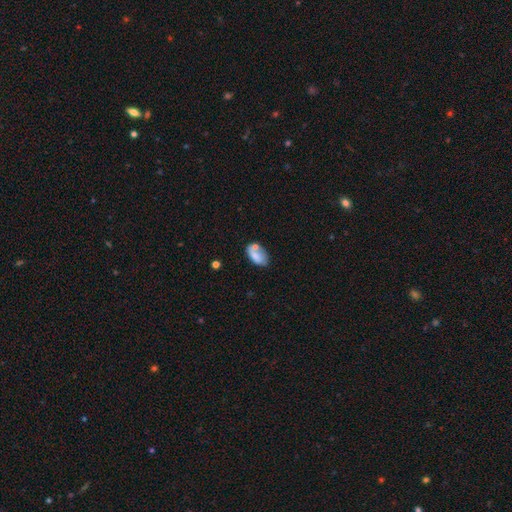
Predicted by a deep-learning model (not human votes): Smooth or featured? Predicted: smooth (p=0.70). How rounded? Predicted: in between (p=0.92). Merging? Predicted: none (p=0.46).